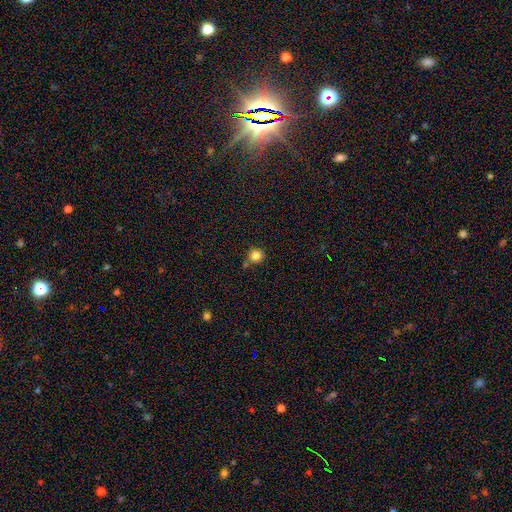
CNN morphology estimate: This is clearly a smooth galaxy (83%). How rounded: clearly round (92%). Merging: likely none (75%).